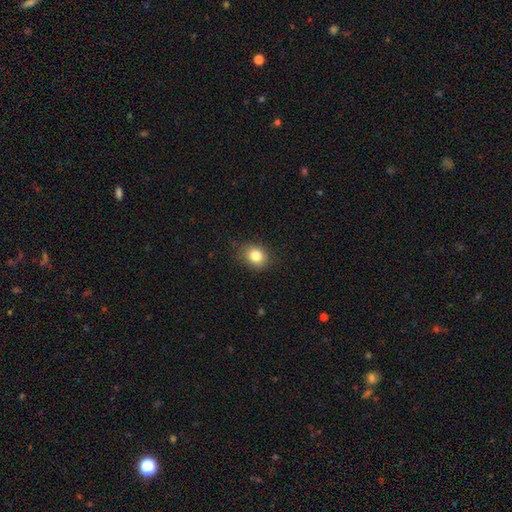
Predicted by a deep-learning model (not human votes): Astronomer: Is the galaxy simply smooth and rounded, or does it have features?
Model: smooth — 83%.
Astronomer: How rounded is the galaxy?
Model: round — 56% (runner-up: in between, 43%).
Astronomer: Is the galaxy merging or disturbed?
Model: none — 82%.